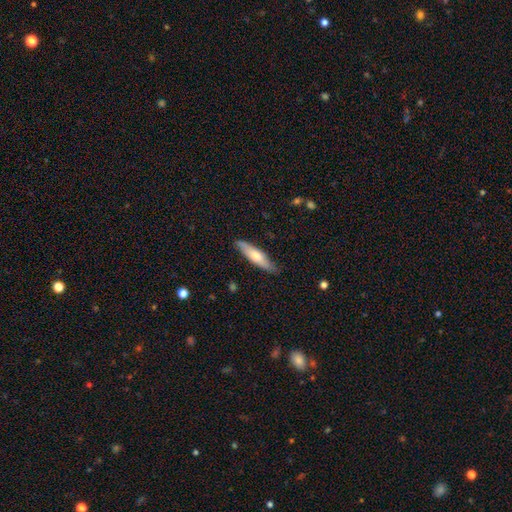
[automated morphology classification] smooth_or_featured: smooth (p=0.61) [alt: featured or disk p=0.34]
how_rounded: cigar-shaped (p=0.71) [alt: in between p=0.28]
merging: none (p=0.83) [alt: minor disturbance p=0.13]